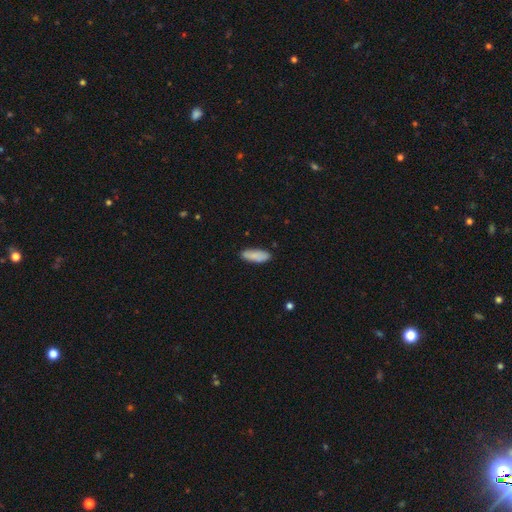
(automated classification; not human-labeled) smooth-or-featured: smooth: 83% | featured or disk: 10% | star or artifact: 6%
  how-rounded: in between: 68% | cigar-shaped: 30% | round: 2%
  merging: none: 84% | minor disturbance: 13% | major disturbance: 2% | merger: 1%